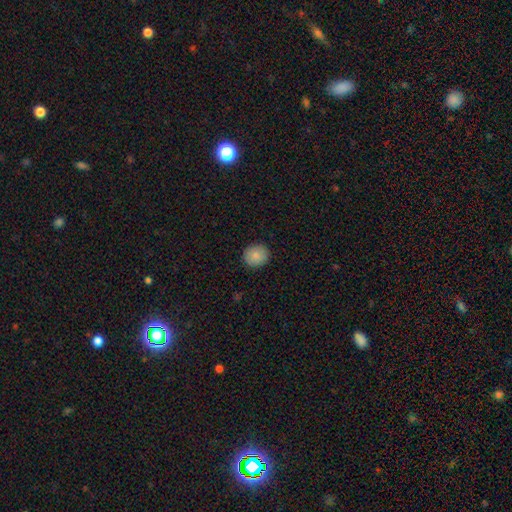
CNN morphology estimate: Q: Smooth or featured?
A: smooth (86%); runner-up: star or artifact (8%)
Q: How rounded?
A: round (82%); runner-up: in between (17%)
Q: Merging?
A: none (90%); runner-up: minor disturbance (7%)